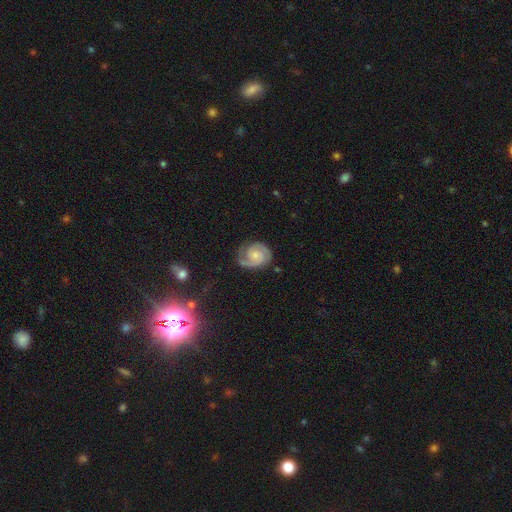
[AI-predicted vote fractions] Smooth or featured?
  - featured or disk: 83% *
  - smooth: 11%
  - star or artifact: 6%
Edge-on disk?
  - no: 98% *
  - yes: 2%
Bar?
  - no: 62% *
  - weak: 32%
  - strong: 5%
Spiral arms?
  - yes: 97% *
  - no: 3%
Spiral winding?
  - tight: 53% *
  - medium: 40%
  - loose: 7%
Spiral arm count?
  - 2: 83% *
  - can't tell: 5%
  - 3: 5%
  - 1: 4%
  - 4: 1%
  - more than 4: 1%
Bulge size?
  - small: 47% *
  - moderate: 31%
  - none: 17%
  - large: 4%
  - dominant: 1%
Merging?
  - none: 75% *
  - minor disturbance: 18%
  - major disturbance: 6%
  - merger: 2%